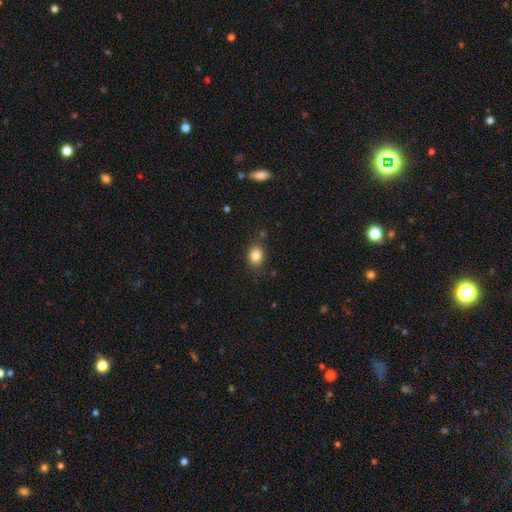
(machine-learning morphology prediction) Overall: smooth (83%). How rounded: round (57%; in between 42%). Merging: none (80%).